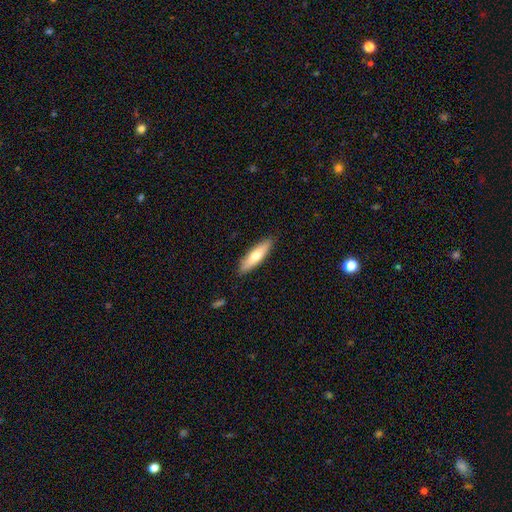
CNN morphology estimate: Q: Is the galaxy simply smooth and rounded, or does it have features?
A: smooth — 67%.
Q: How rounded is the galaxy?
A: cigar-shaped — 68%.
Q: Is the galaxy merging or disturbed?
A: none — 87%.